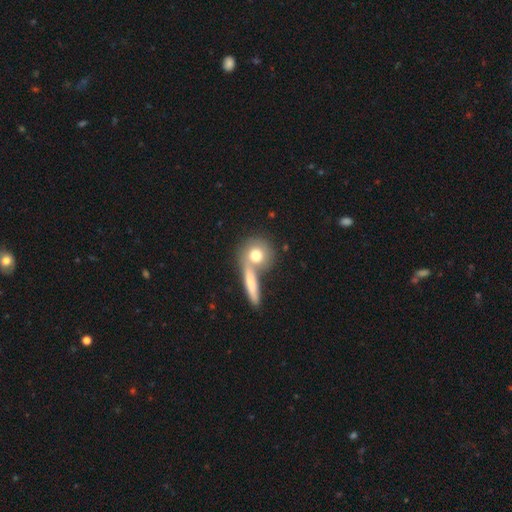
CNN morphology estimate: smooth-or-featured: smooth: 72% | featured or disk: 21% | star or artifact: 7%
  how-rounded: round: 80% | in between: 15% | cigar-shaped: 5%
  merging: none: 52% | merger: 35% | minor disturbance: 9% | major disturbance: 4%